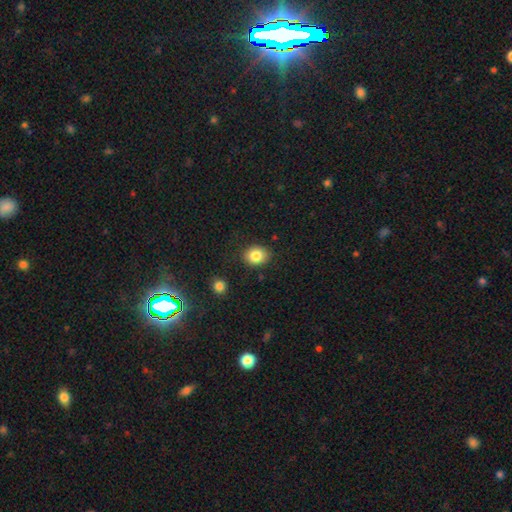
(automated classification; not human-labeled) smooth_or_featured: smooth (p=0.84) [alt: star or artifact p=0.09]
how_rounded: round (p=0.55) [alt: in between p=0.44]
merging: none (p=0.85) [alt: minor disturbance p=0.10]